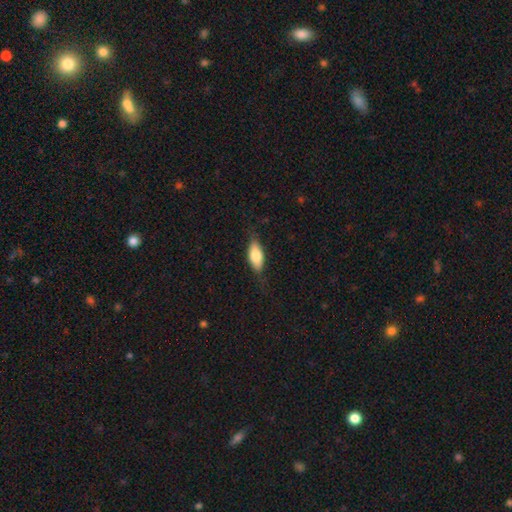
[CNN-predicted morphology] Smooth or featured: smooth — 74% (featured or disk — 19%)
How rounded: in between — 80% (cigar-shaped — 17%)
Merging: none — 76% (minor disturbance — 18%)